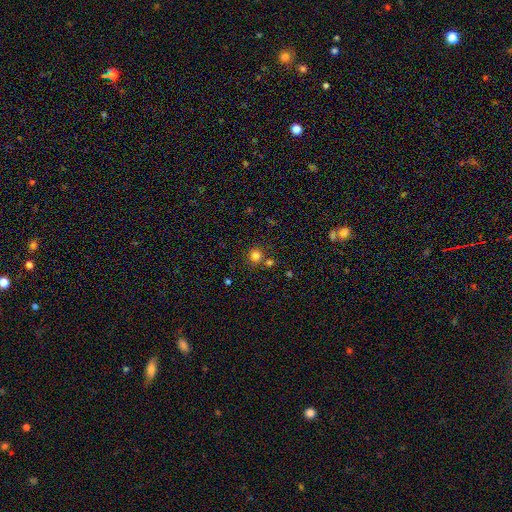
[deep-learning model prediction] This is clearly a smooth galaxy (80%). How rounded: clearly round (90%). Merging: likely none (73%).